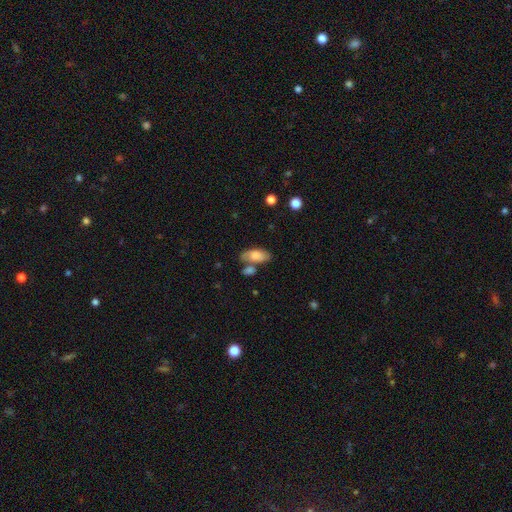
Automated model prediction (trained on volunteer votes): Morphology: type=smooth (70%); roundness=in between (91%); merging=none (48%).